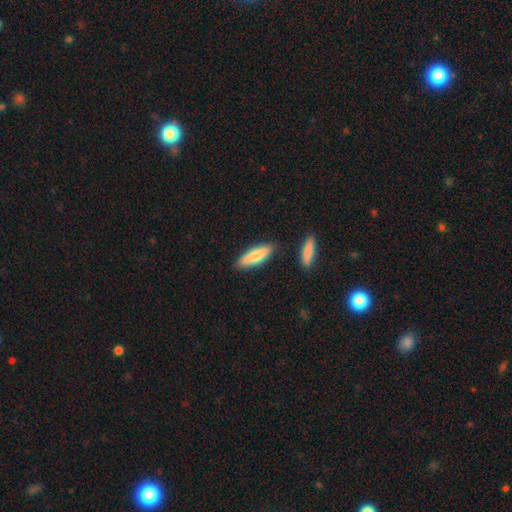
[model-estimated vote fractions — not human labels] Smooth or featured? smooth (77%)
How rounded? cigar-shaped (55%)
Merging? none (83%)